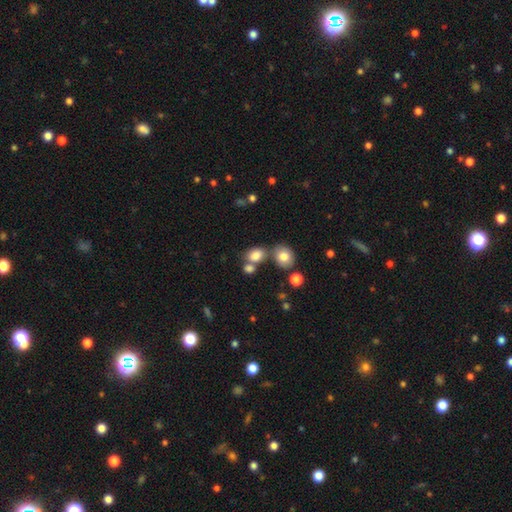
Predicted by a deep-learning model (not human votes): Smooth or featured: smooth — 80% (star or artifact — 11%)
How rounded: in between — 60% (round — 39%)
Merging: none — 51% (merger — 31%)